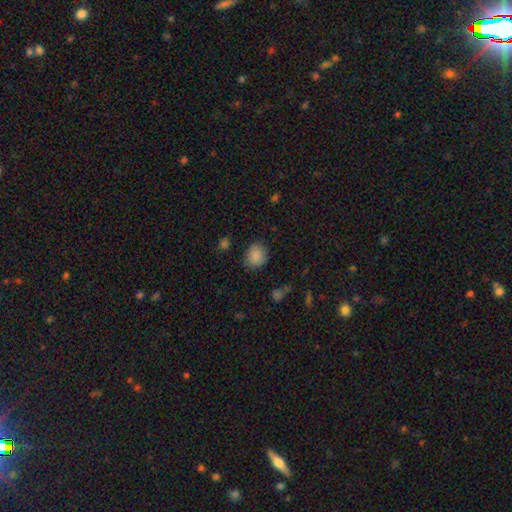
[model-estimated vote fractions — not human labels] This appears to be a smooth galaxy with no disk features (86%) that is round (62%). Merging: none (79%).